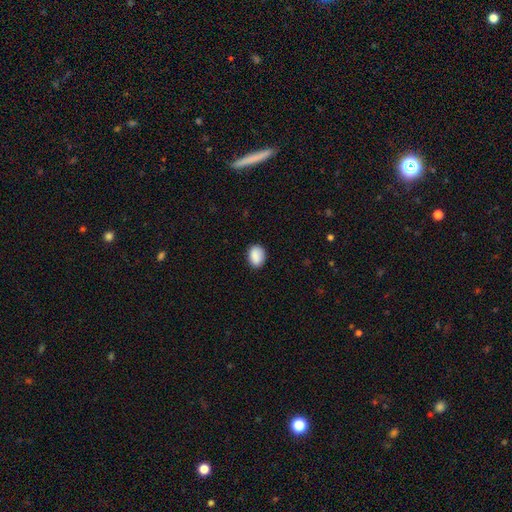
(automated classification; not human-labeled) Smooth or featured?
  - smooth: 89% *
  - star or artifact: 7%
  - featured or disk: 3%
How rounded?
  - in between: 74% *
  - round: 25%
  - cigar-shaped: 1%
Merging?
  - none: 85% *
  - minor disturbance: 12%
  - major disturbance: 2%
  - merger: 1%